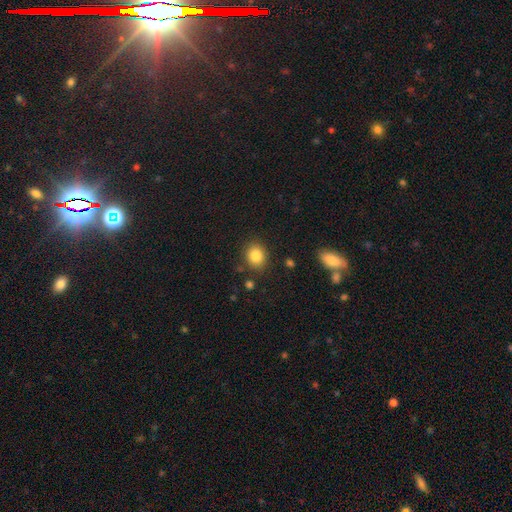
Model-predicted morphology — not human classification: smooth 84%, star or artifact 10%, featured or disk 6%. Down the decision tree: how rounded — round (64%); merging — none (85%).